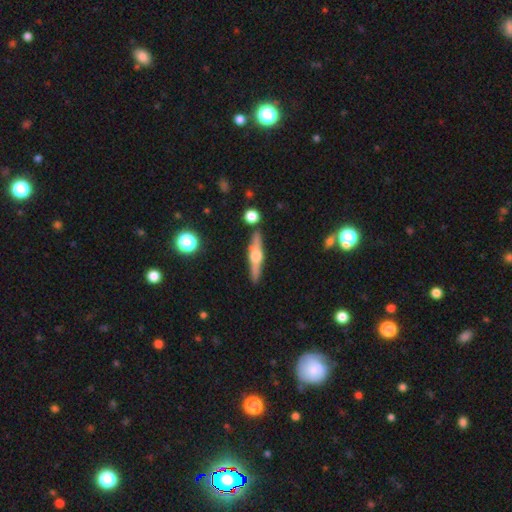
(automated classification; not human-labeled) featured or disk 73%, smooth 21%, star or artifact 6%. Down the decision tree: edge-on disk — yes (97%); edge-on bulge — rounded (94%); merging — none (86%).